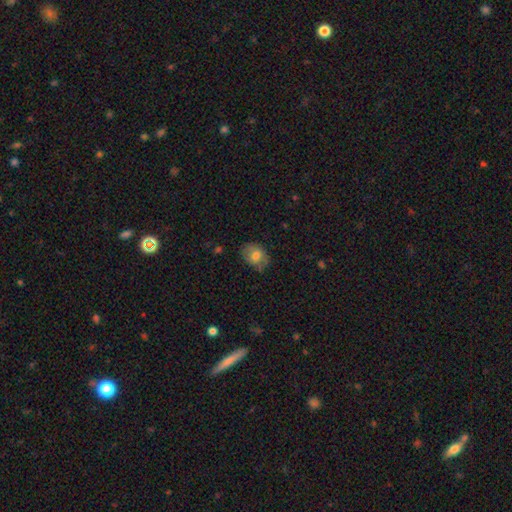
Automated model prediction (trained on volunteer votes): Smooth or featured? Predicted: smooth (p=0.70). How rounded? Predicted: in between (p=0.67). Merging? Predicted: none (p=0.73).